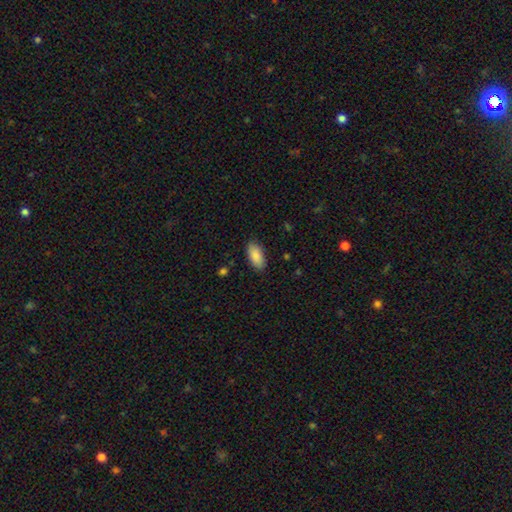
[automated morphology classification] type=smooth (88%); roundness=in between (92%); merging=none (87%).